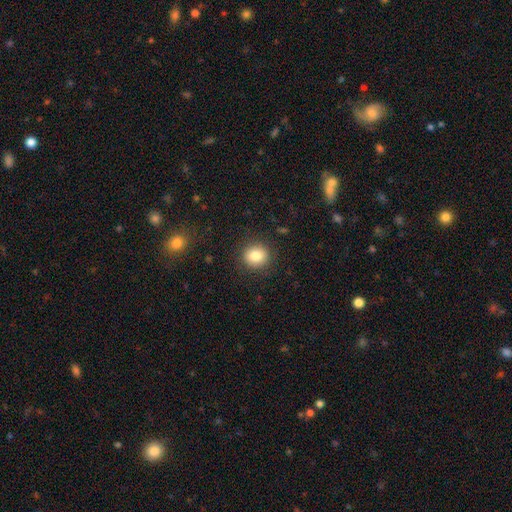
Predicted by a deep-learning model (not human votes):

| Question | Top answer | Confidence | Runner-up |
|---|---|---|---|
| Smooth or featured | smooth | 83% | star or artifact (10%) |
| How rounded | round | 83% | in between (17%) |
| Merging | none | 88% | minor disturbance (8%) |